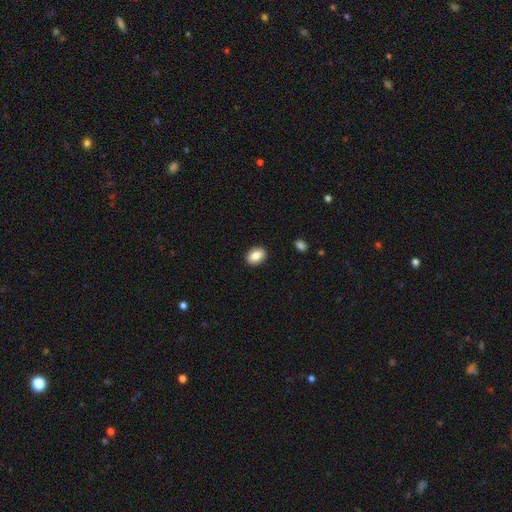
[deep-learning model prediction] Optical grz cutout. It shows a smooth galaxy with no disk features (85%) that is in between round and cigar-shaped (76%). Merging: none (90%).